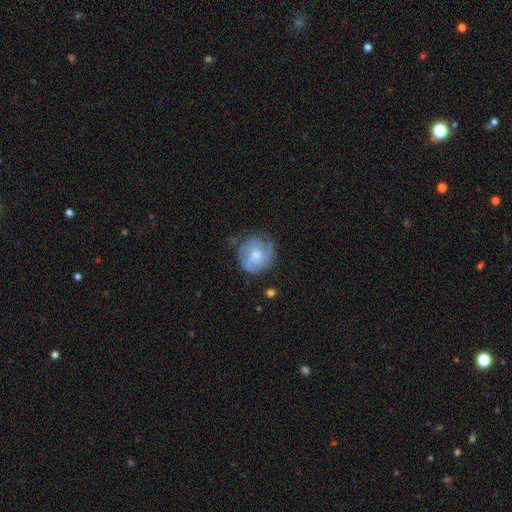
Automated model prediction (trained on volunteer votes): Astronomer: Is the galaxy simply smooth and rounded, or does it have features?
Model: featured or disk — 60%.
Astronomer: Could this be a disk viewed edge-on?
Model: no — 97%.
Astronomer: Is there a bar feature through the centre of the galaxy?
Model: no — 69%.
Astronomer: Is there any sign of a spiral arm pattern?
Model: yes — 80%.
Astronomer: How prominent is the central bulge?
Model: moderate — 54% (runner-up: small, 35%).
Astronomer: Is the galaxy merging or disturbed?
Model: none — 62%.